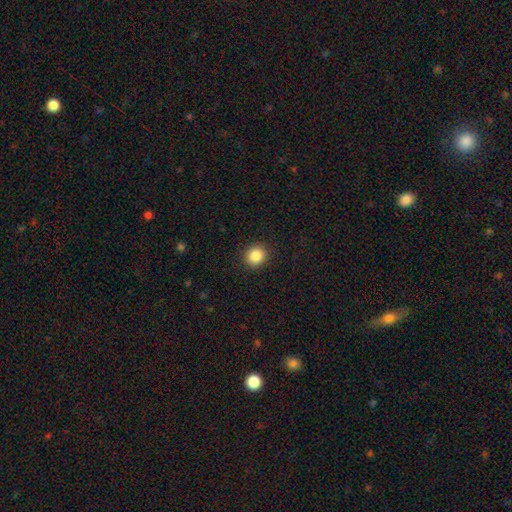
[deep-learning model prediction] smooth_or_featured: smooth (p=0.86) [alt: star or artifact p=0.10]
how_rounded: round (p=0.85) [alt: in between p=0.14]
merging: none (p=0.91) [alt: minor disturbance p=0.06]